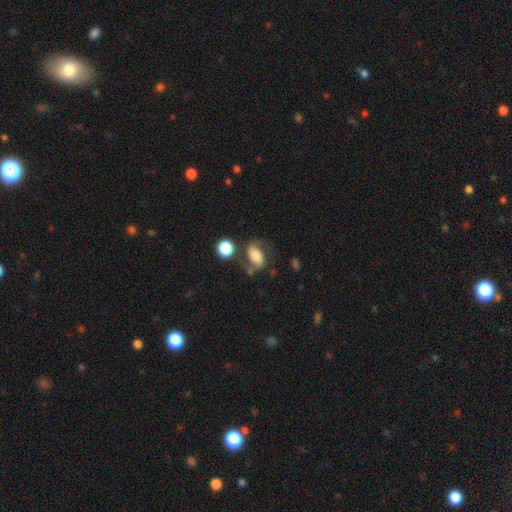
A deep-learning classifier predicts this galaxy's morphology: Smooth or featured? Predicted: featured or disk (p=0.57). Edge-on disk? Predicted: no (p=0.96). Bar? Predicted: no (p=0.42). Spiral arms? Predicted: yes (p=0.88). Bulge size? Predicted: moderate (p=0.44). Merging? Predicted: none (p=0.57).